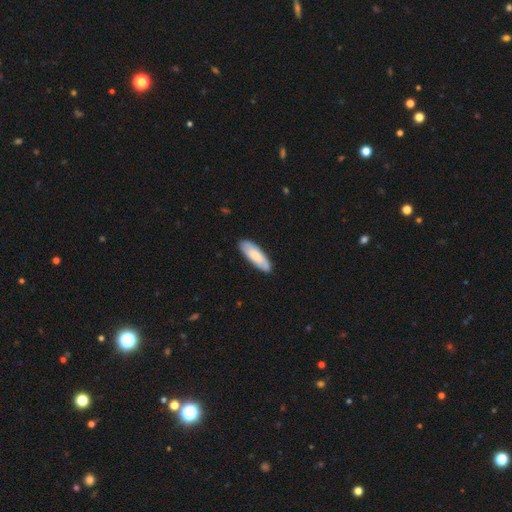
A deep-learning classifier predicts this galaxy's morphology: type=smooth (76%); roundness=in between (57%); merging=none (85%).